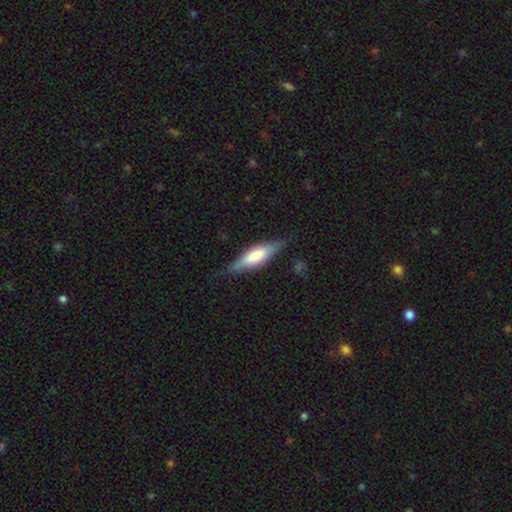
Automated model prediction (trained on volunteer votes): smooth-or-featured: smooth: 50% | featured or disk: 44% | star or artifact: 6%
  how-rounded: cigar-shaped: 56% | in between: 42% | round: 2%
  merging: none: 78% | minor disturbance: 16% | major disturbance: 4% | merger: 1%